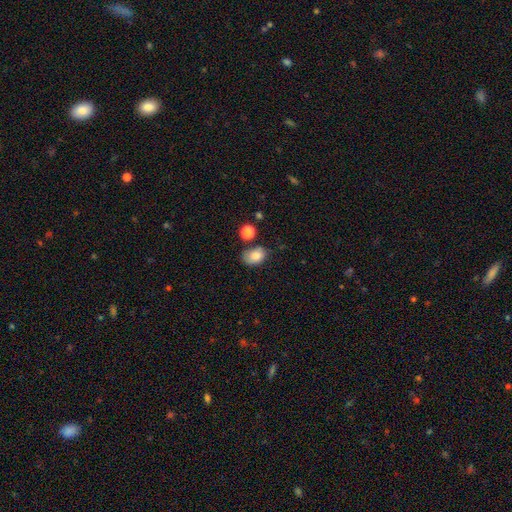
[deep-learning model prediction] Morphology: type=smooth (82%); roundness=in between (76%); merging=none (59%).